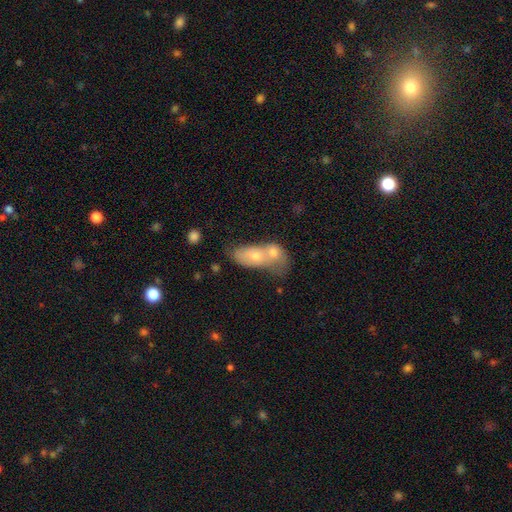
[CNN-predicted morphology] type=smooth (58%); roundness=in between (75%); merging=merger (73%).